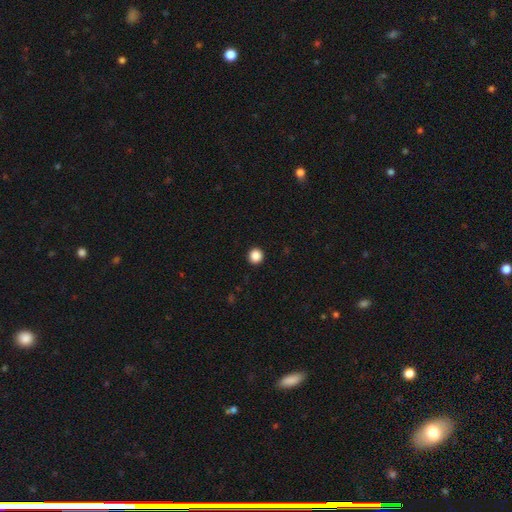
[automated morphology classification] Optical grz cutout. It shows a smooth galaxy with no disk features (87%) that is round (94%). Merging: none (94%).